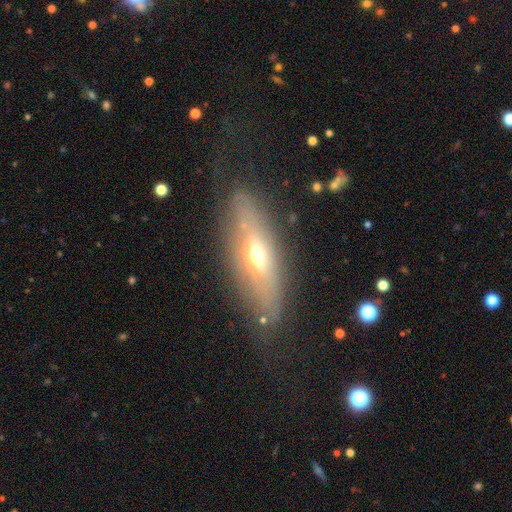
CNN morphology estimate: Smooth or featured: featured or disk — 59% (smooth — 32%)
Edge-on disk: yes — 60% (no — 40%)
Merging: none — 71% (minor disturbance — 17%)